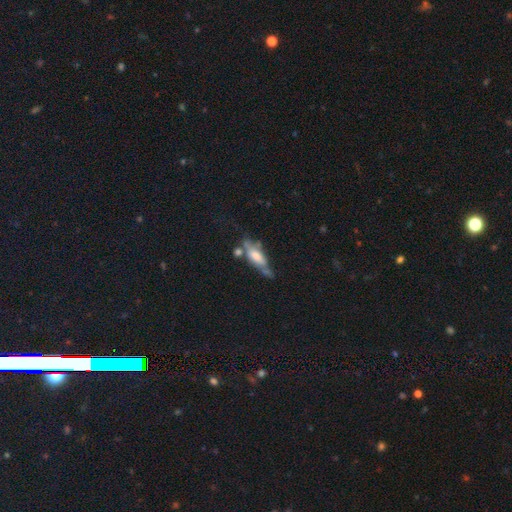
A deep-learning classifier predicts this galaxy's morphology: A featured or disk galaxy (56%) viewed edge-on (62%).

Vote fractions:
- Smooth or featured? featured or disk: 56% / smooth: 35% / star or artifact: 10%
- Edge-on disk? yes: 62% / no: 38%
- Merging? none: 47% / minor disturbance: 25% / major disturbance: 14% / merger: 14%